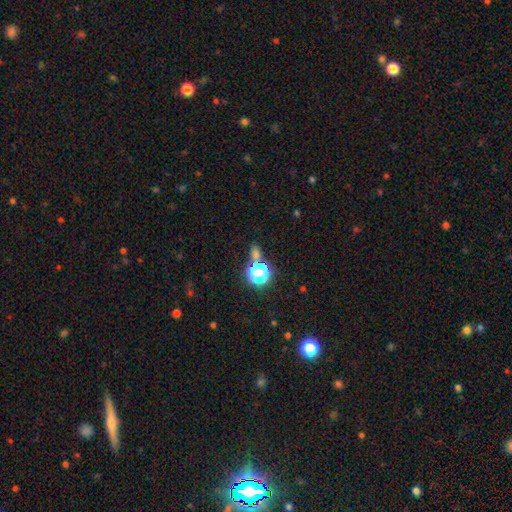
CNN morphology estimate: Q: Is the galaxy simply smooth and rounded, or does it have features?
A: star or artifact — 48%.